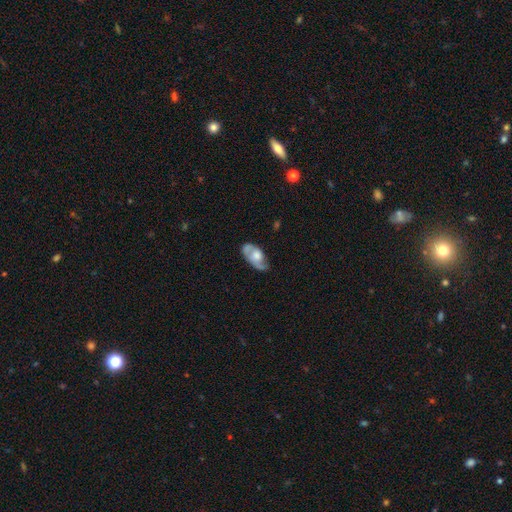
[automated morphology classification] Smooth or featured?
  - featured or disk: 59% *
  - smooth: 35%
  - star or artifact: 6%
Edge-on disk?
  - no: 91% *
  - yes: 9%
Bar?
  - no: 77% *
  - weak: 20%
  - strong: 3%
Spiral arms?
  - yes: 71% *
  - no: 29%
Bulge size?
  - moderate: 45% *
  - large: 32%
  - small: 14%
  - none: 7%
  - dominant: 3%
Merging?
  - none: 50% *
  - minor disturbance: 30%
  - major disturbance: 17%
  - merger: 3%